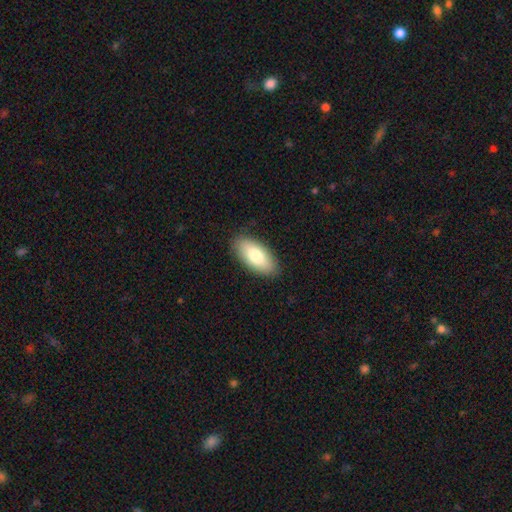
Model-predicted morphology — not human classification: Smooth or featured?
  - smooth: 80% *
  - featured or disk: 14%
  - star or artifact: 6%
How rounded?
  - in between: 91% *
  - cigar-shaped: 7%
  - round: 2%
Merging?
  - none: 87% *
  - minor disturbance: 9%
  - major disturbance: 2%
  - merger: 1%